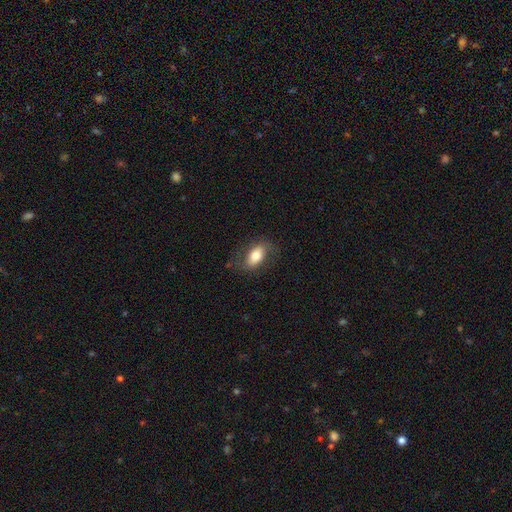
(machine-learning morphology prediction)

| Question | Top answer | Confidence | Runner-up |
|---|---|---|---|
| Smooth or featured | smooth | 67% | featured or disk (26%) |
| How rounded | in between | 88% | round (8%) |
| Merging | none | 74% | minor disturbance (17%) |